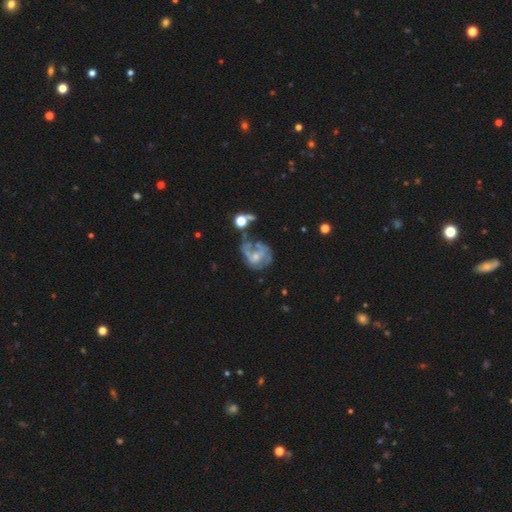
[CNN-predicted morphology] smooth-or-featured: featured or disk: 62% | smooth: 26% | star or artifact: 12%
  disk-edge-on: no: 98% | yes: 2%
    bar: no: 72% | weak: 23% | strong: 5%
    has-spiral-arms: no: 58% | yes: 42%
    bulge-size: small: 45% | moderate: 31% | none: 20% | large: 3% | dominant: 1%
  merging: major disturbance: 38% | none: 28% | minor disturbance: 20% | merger: 15%